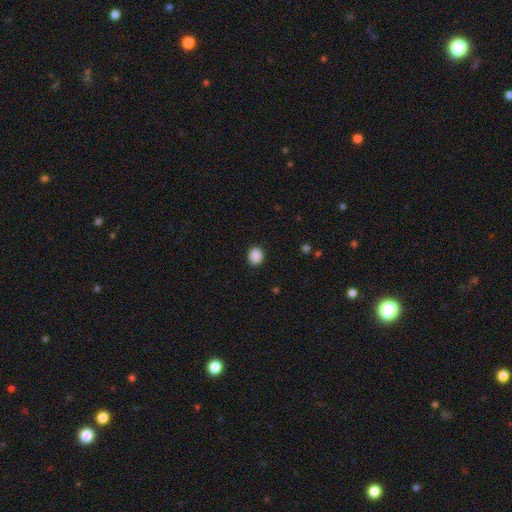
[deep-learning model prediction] Overall: smooth (89%). How rounded: round (67%; in between 32%). Merging: none (91%).